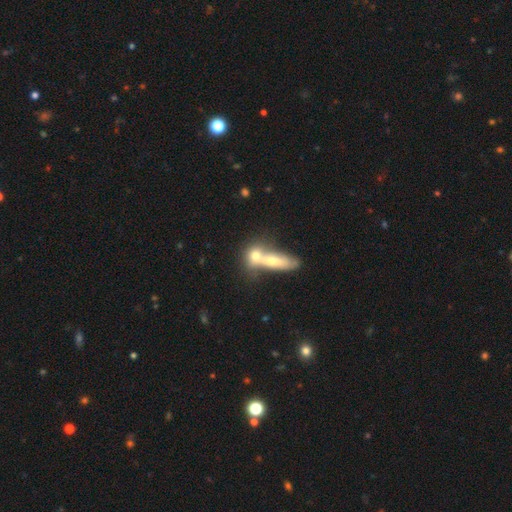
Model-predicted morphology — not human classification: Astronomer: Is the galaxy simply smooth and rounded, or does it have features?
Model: smooth — 68%.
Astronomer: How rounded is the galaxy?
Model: in between — 42% (runner-up: round, 36%).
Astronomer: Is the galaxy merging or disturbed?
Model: merger — 64%.